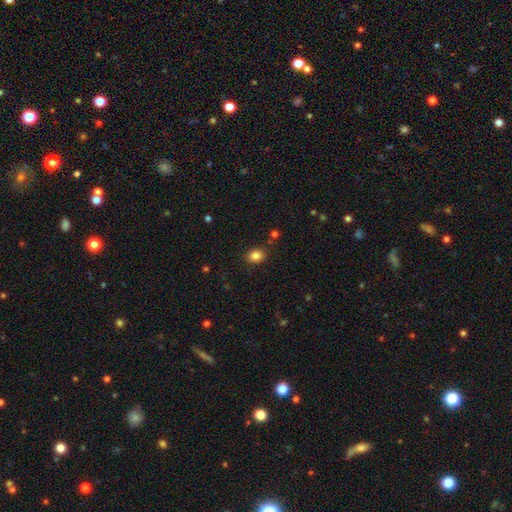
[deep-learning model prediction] smooth_or_featured: smooth (p=0.83) [alt: star or artifact p=0.11]
how_rounded: in between (p=0.51) [alt: round p=0.48]
merging: none (p=0.84) [alt: minor disturbance p=0.10]